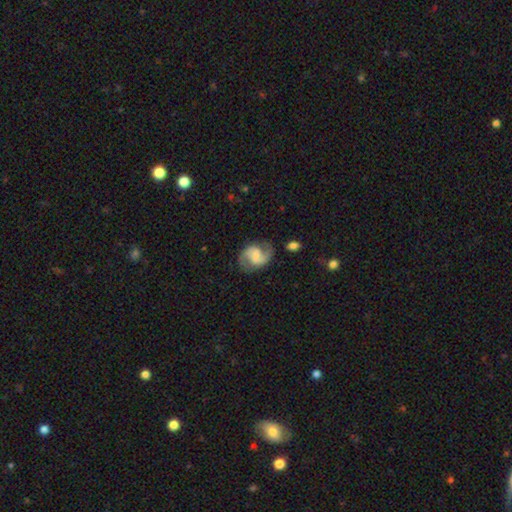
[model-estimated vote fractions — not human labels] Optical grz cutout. It shows a featured or disk galaxy (80%) with a weak bar (46%), 2 (91%) medium (52%) spiral arms (95%) and a small central bulge (37%). Merging: none (75%).